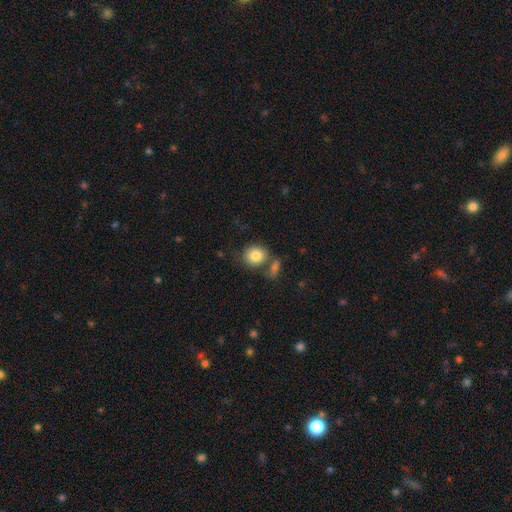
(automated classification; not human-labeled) Smooth or featured?
  - smooth: 84% *
  - featured or disk: 8%
  - star or artifact: 8%
How rounded?
  - round: 77% *
  - in between: 22%
  - cigar-shaped: 1%
Merging?
  - none: 60% *
  - merger: 24%
  - minor disturbance: 12%
  - major disturbance: 4%